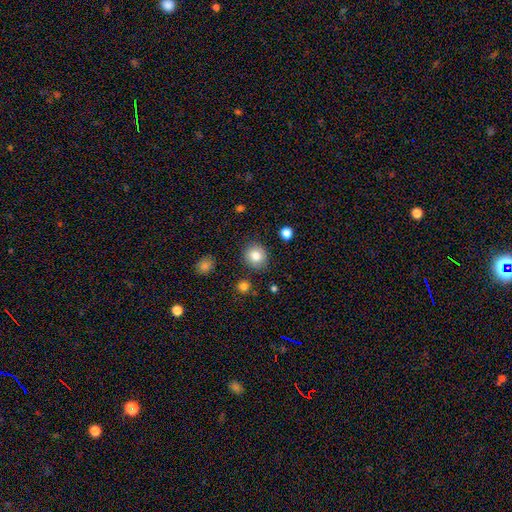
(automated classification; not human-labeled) smooth-or-featured: smooth: 83% | star or artifact: 10% | featured or disk: 7%
  how-rounded: round: 86% | in between: 13% | cigar-shaped: 1%
  merging: none: 87% | minor disturbance: 8% | merger: 3% | major disturbance: 2%